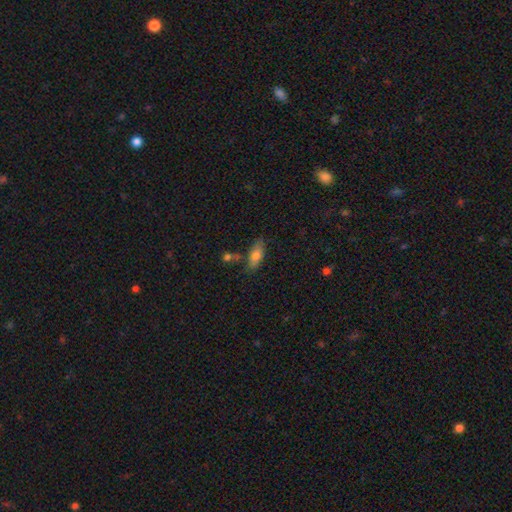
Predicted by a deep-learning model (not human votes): This is likely a smooth galaxy (74%). How rounded: likely in between (78%). Merging: likely none (66%).